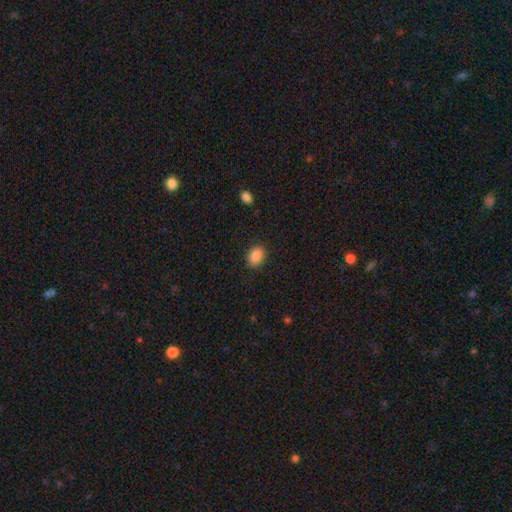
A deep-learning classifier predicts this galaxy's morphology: Smooth or featured? smooth (89%)
How rounded? in between (78%)
Merging? none (87%)